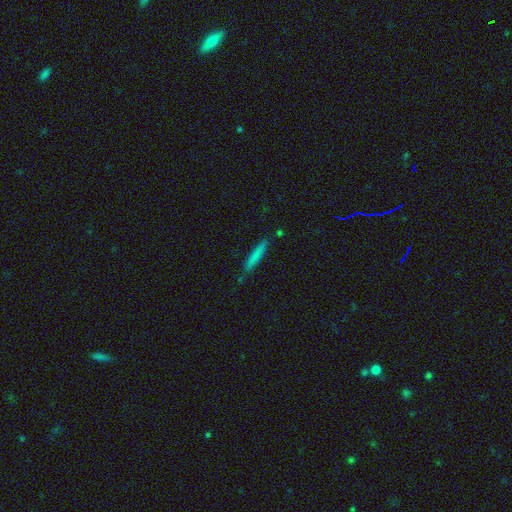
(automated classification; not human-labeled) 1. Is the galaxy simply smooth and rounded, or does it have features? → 77% smooth, 16% featured or disk, 7% star or artifact.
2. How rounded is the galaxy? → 93% cigar-shaped, 5% in between, 1% round.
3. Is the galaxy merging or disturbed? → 83% none, 12% minor disturbance, 3% merger, 2% major disturbance.